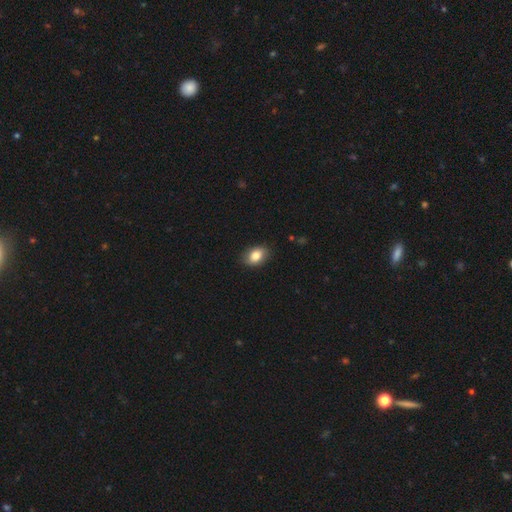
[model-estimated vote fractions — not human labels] smooth-or-featured: smooth: 84% | featured or disk: 8% | star or artifact: 8%
  how-rounded: in between: 80% | round: 18% | cigar-shaped: 1%
  merging: none: 86% | minor disturbance: 11% | major disturbance: 2% | merger: 1%